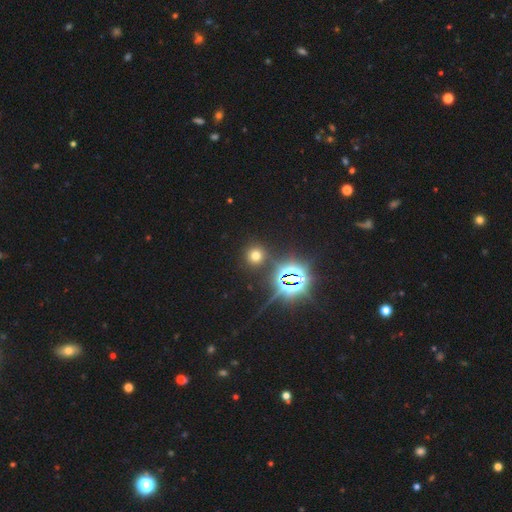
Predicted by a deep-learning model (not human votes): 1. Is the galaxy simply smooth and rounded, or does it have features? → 59% smooth, 33% star or artifact, 8% featured or disk.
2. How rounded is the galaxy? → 91% round, 7% in between, 1% cigar-shaped.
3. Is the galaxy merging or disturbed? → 85% none, 7% minor disturbance, 4% merger, 3% major disturbance.